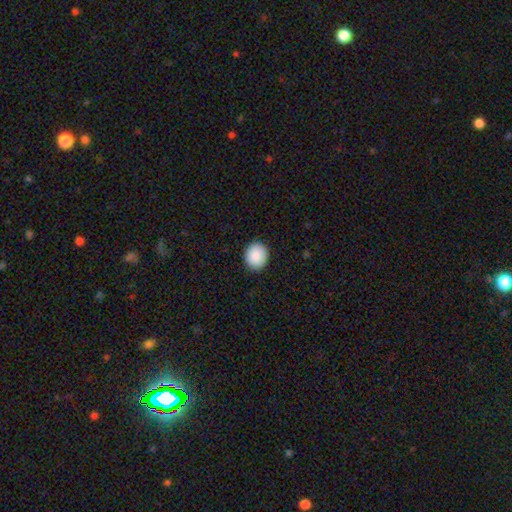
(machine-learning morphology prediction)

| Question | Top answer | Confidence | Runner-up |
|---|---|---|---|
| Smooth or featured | smooth | 90% | star or artifact (7%) |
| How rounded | round | 78% | in between (21%) |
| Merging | none | 91% | minor disturbance (6%) |